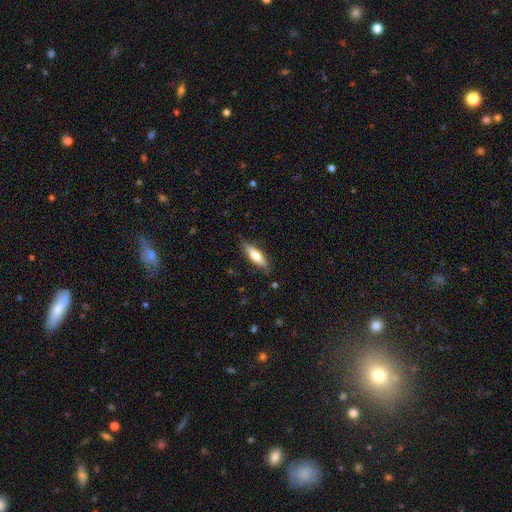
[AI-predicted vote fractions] A smooth galaxy with no disk features (64%) that is cigar-shaped (57%).

Vote fractions:
- Smooth or featured? smooth: 64% / featured or disk: 30% / star or artifact: 6%
- How rounded? cigar-shaped: 57% / in between: 42% / round: 2%
- Merging? none: 83% / minor disturbance: 13% / major disturbance: 3% / merger: 1%